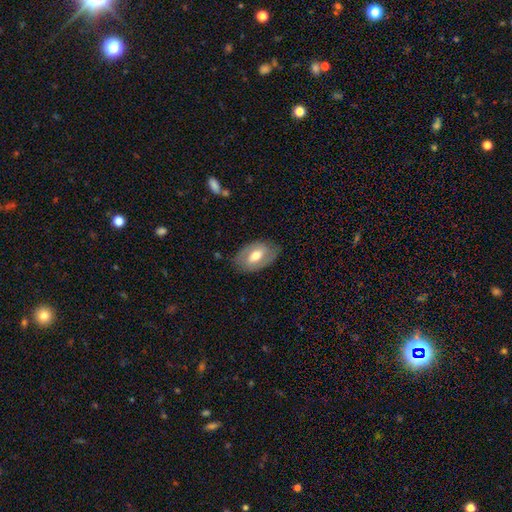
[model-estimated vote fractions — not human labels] The model was most divided on "smooth or featured": smooth: 50%, featured or disk: 44%, star or artifact: 6%. More confident: merging — none (77%).